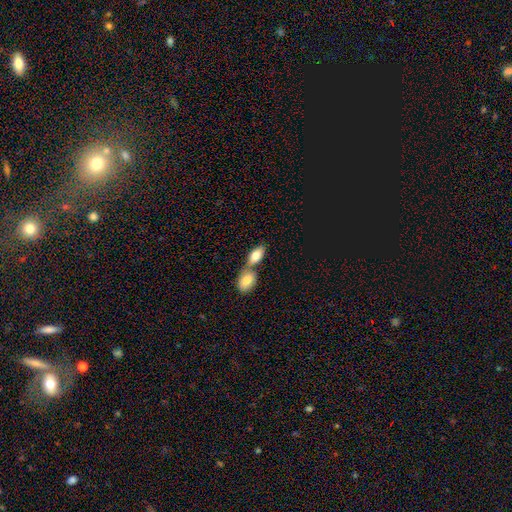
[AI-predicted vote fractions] This appears to be a smooth galaxy with no disk features (82%) that is in between round and cigar-shaped (89%). Merging: merger (58%).